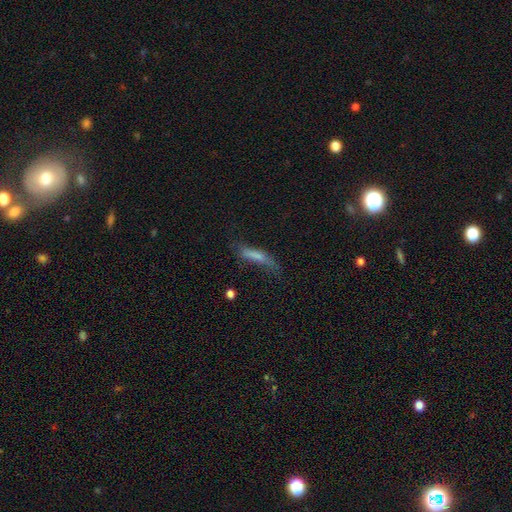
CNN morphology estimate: The model was most divided on "merging": none: 44%, minor disturbance: 30%, major disturbance: 21%, merger: 4%. More confident: how rounded — cigar-shaped (76%); smooth or featured — smooth (65%).